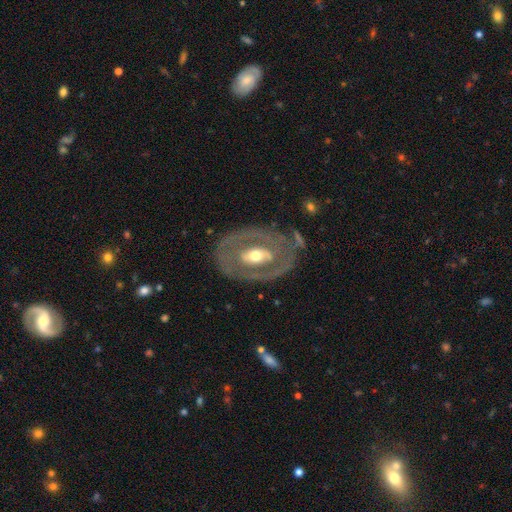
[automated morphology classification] Smooth or featured? Predicted: featured or disk (p=0.73). Edge-on disk? Predicted: no (p=0.93). Bar? Predicted: no (p=0.44). Spiral arms? Predicted: no (p=0.63). Bulge size? Predicted: moderate (p=0.67). Merging? Predicted: none (p=0.72).